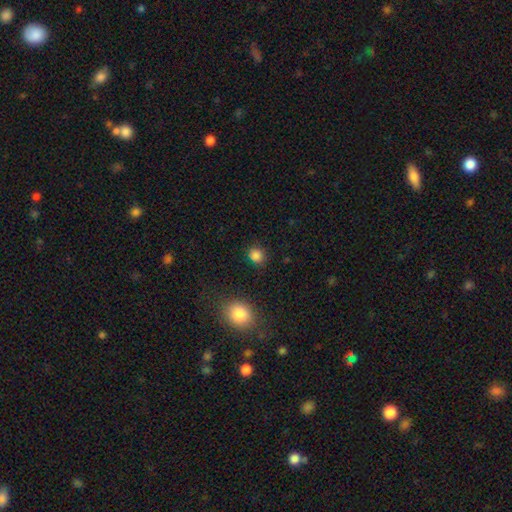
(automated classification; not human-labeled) Smooth or featured?
  - smooth: 85% *
  - star or artifact: 12%
  - featured or disk: 3%
How rounded?
  - round: 81% *
  - in between: 18%
  - cigar-shaped: 1%
Merging?
  - none: 85% *
  - minor disturbance: 9%
  - major disturbance: 3%
  - merger: 3%